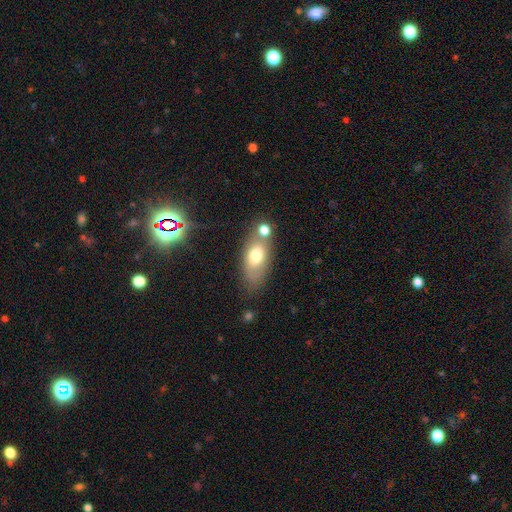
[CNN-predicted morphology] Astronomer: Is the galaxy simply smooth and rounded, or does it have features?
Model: smooth — 69%.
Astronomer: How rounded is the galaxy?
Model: in between — 82%.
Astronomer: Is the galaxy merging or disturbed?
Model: none — 52%.